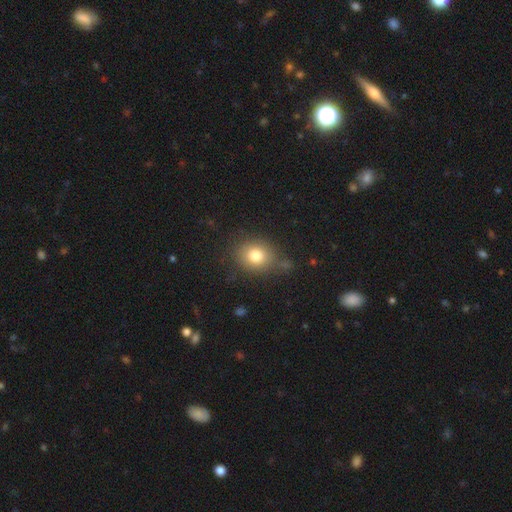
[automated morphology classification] smooth_or_featured: smooth (p=0.80) [alt: star or artifact p=0.11]
how_rounded: round (p=0.66) [alt: in between p=0.33]
merging: none (p=0.76) [alt: minor disturbance p=0.15]